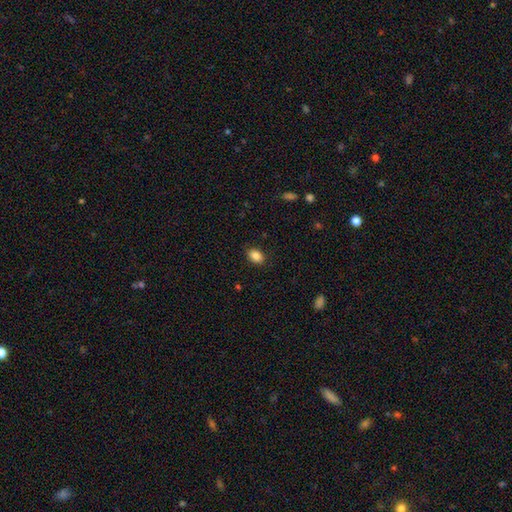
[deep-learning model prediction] Smooth or featured?
  - smooth: 87% *
  - star or artifact: 9%
  - featured or disk: 4%
How rounded?
  - in between: 83% *
  - round: 16%
  - cigar-shaped: 1%
Merging?
  - none: 88% *
  - minor disturbance: 9%
  - major disturbance: 2%
  - merger: 1%